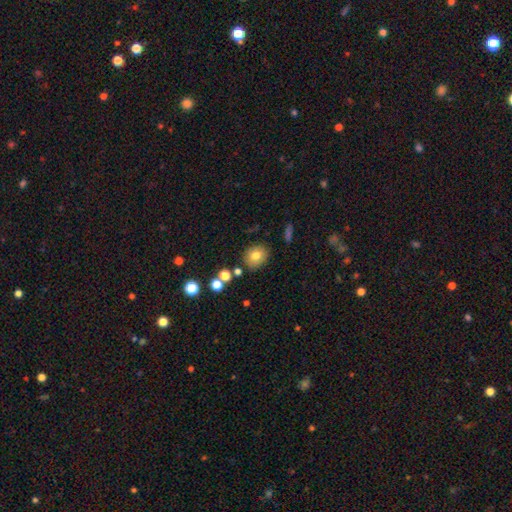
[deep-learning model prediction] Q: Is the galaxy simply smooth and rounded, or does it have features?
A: smooth — 77%.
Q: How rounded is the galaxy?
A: round — 64%.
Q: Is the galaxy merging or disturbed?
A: none — 83%.